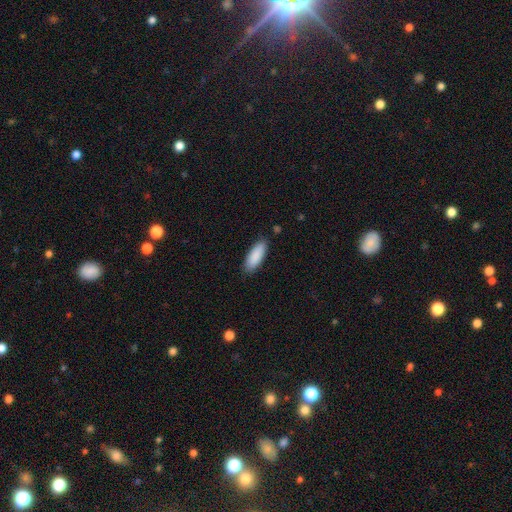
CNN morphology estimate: Smooth or featured? Predicted: smooth (p=0.89). How rounded? Predicted: in between (p=0.70). Merging? Predicted: none (p=0.86).